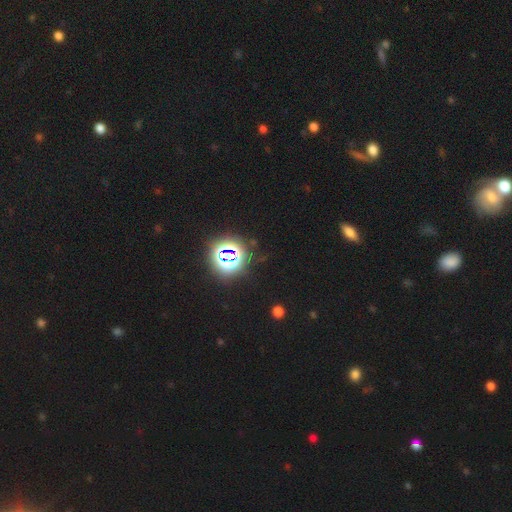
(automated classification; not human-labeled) smooth_or_featured: star or artifact (p=0.80) [alt: smooth p=0.14]